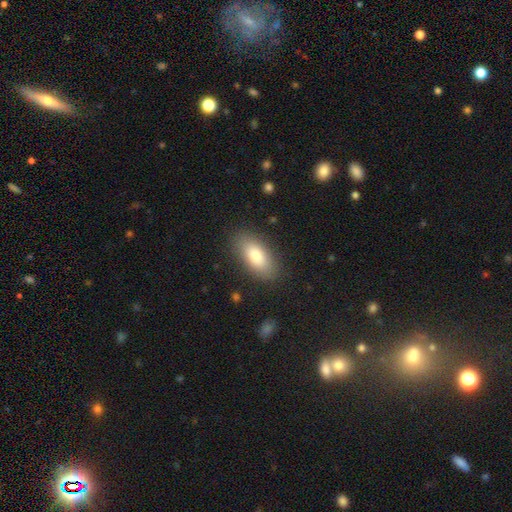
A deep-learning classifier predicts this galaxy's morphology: This is clearly a smooth galaxy (81%). How rounded: clearly in between (89%). Merging: clearly none (86%).